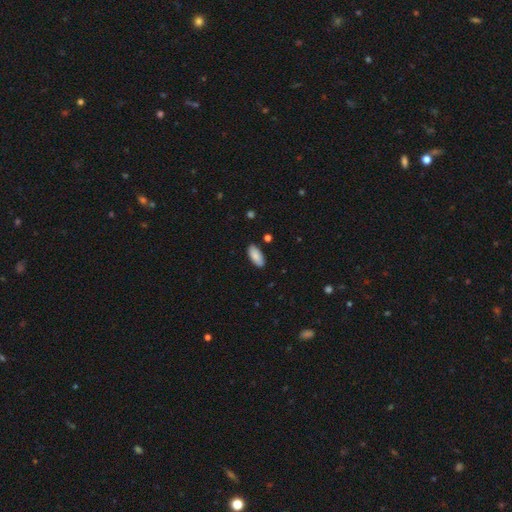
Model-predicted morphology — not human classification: A smooth galaxy with no disk features (87%) that is in between round and cigar-shaped (89%).

Vote fractions:
- Smooth or featured? smooth: 87% / featured or disk: 7% / star or artifact: 6%
- How rounded? in between: 89% / cigar-shaped: 9% / round: 2%
- Merging? none: 87% / minor disturbance: 9% / major disturbance: 2% / merger: 1%